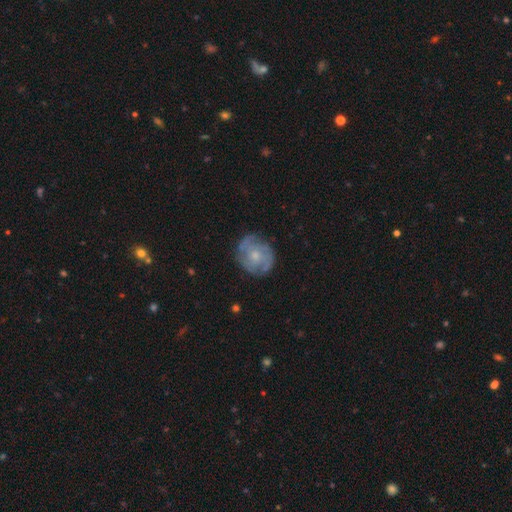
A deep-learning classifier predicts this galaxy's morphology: A featured or disk galaxy (65%) with no bar (80%), spiral arms (75%) and a small central bulge (51%). Merging: none (71%).